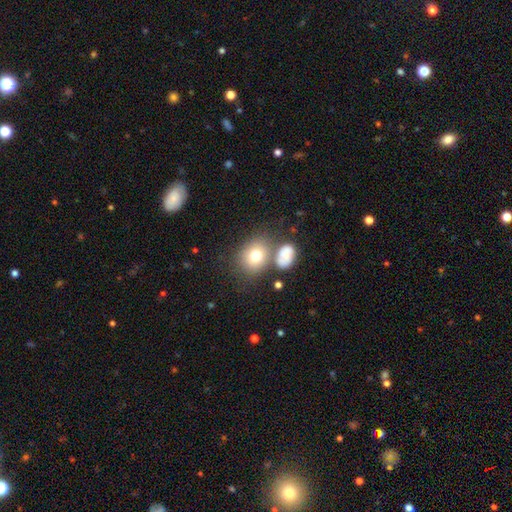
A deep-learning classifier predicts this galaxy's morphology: smooth 74%, featured or disk 16%, star or artifact 10%. Down the decision tree: how rounded — round (54%); merging — none (57%).